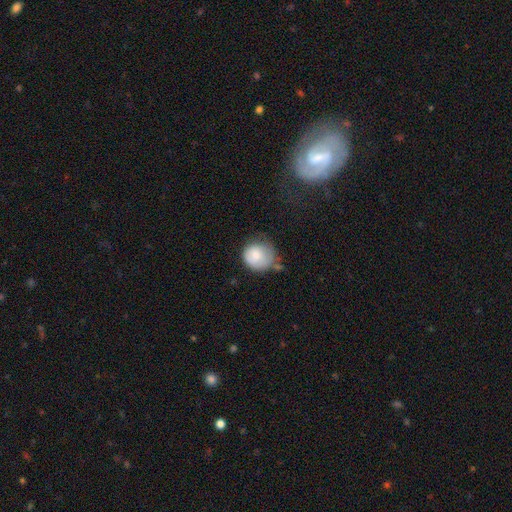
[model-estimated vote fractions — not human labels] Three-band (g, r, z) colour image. It shows a smooth galaxy with no disk features (78%) that is round (86%). Merging: none (46%).